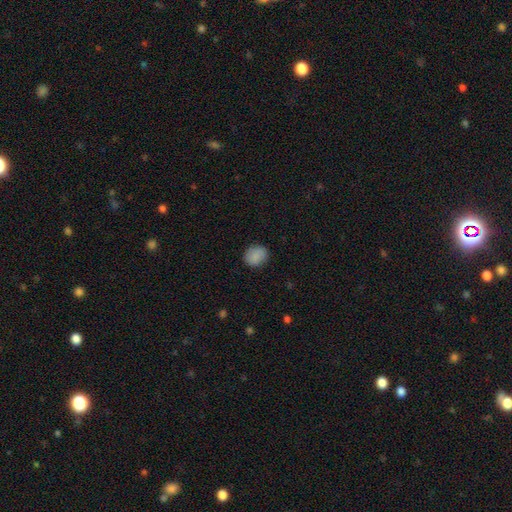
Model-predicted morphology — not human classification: smooth_or_featured: smooth (p=0.87) [alt: star or artifact p=0.08]
how_rounded: round (p=0.62) [alt: in between p=0.37]
merging: none (p=0.86) [alt: minor disturbance p=0.11]